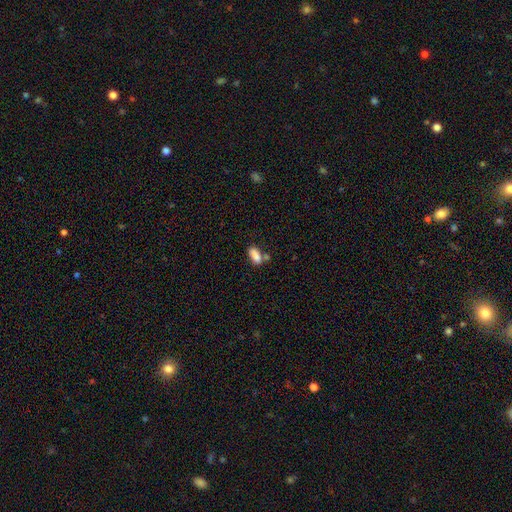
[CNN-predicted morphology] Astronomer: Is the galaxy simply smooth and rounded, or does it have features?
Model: smooth — 85%.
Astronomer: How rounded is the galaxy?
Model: in between — 83%.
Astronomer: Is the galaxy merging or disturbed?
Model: none — 53%.